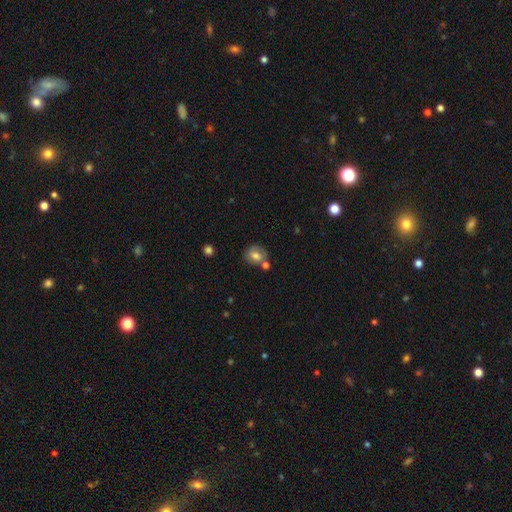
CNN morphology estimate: Overall: smooth (66%). How rounded: round (66%; in between 33%). Merging: none (60%).